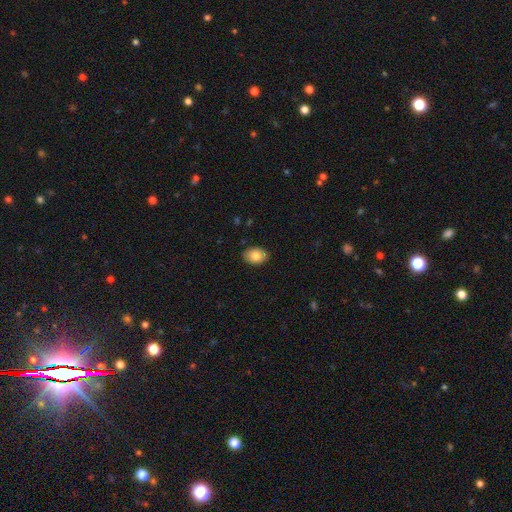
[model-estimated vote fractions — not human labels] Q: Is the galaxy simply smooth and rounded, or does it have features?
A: smooth — 82%.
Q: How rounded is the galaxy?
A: in between — 79%.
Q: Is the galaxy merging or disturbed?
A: none — 87%.